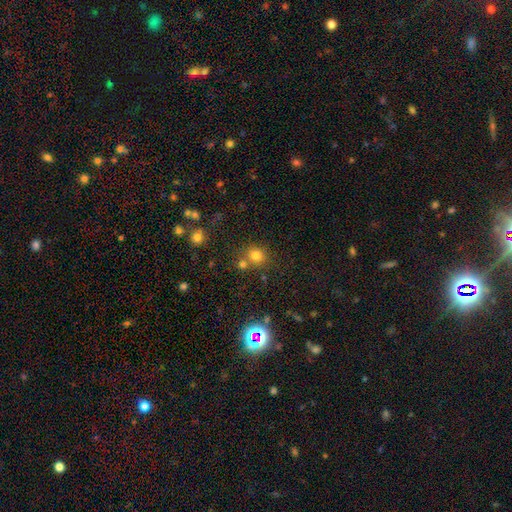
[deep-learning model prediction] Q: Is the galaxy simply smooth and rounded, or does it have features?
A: smooth — 75%.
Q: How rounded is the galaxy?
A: round — 80%.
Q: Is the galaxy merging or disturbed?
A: none — 62%.